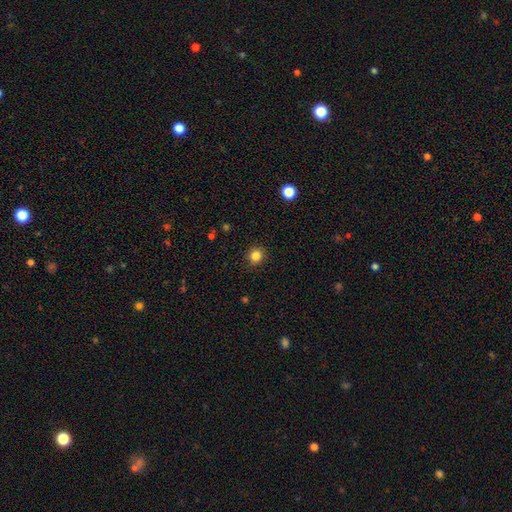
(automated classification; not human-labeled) The model was most divided on "smooth or featured": smooth: 84%, star or artifact: 12%, featured or disk: 4%. More confident: merging — none (90%); how rounded — round (89%).